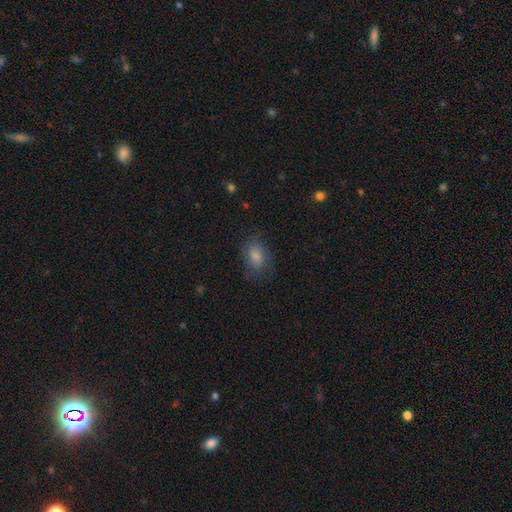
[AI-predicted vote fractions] Smooth or featured: smooth — 65% (featured or disk — 21%)
How rounded: in between — 79% (round — 19%)
Merging: none — 72% (minor disturbance — 19%)